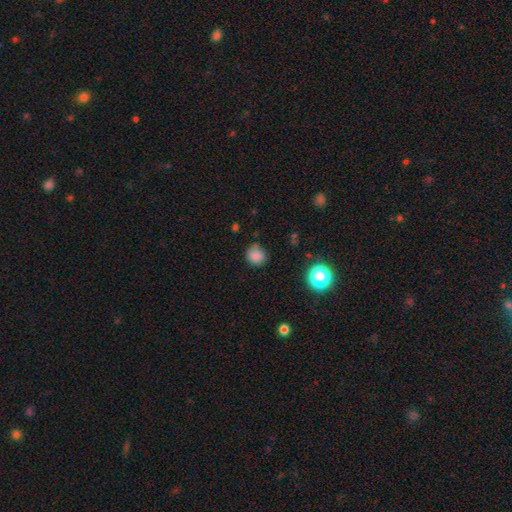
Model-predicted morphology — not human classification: Smooth or featured? smooth (82%)
How rounded? round (82%)
Merging? none (72%)